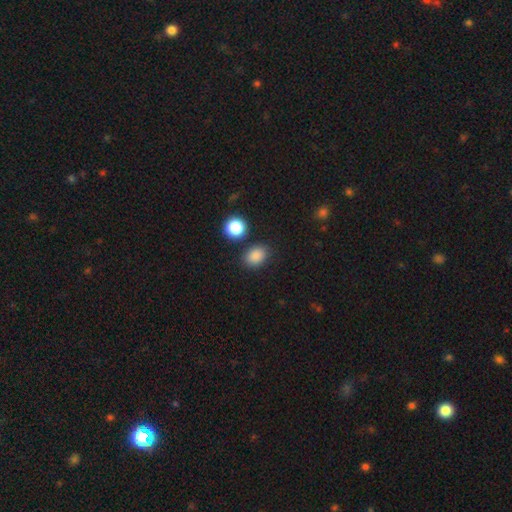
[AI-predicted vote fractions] Smooth or featured? Predicted: smooth (p=0.86). How rounded? Predicted: in between (p=0.65). Merging? Predicted: none (p=0.81).